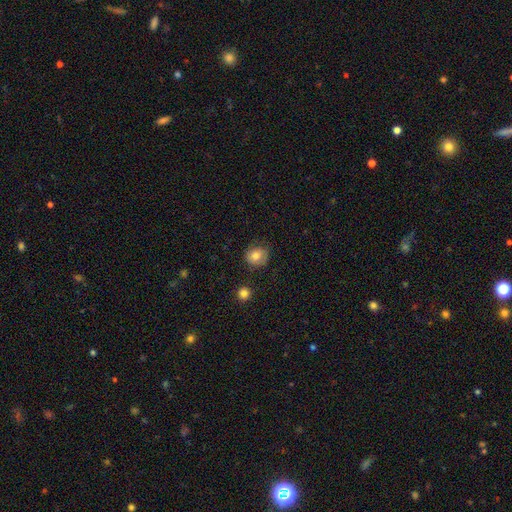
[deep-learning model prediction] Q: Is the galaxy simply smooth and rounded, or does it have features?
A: smooth — 77%.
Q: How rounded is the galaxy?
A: round — 79%.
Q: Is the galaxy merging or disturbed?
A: none — 77%.